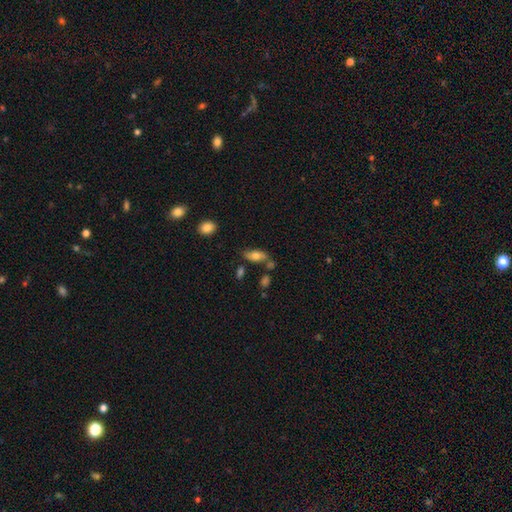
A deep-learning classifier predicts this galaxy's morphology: Q: Smooth or featured?
A: smooth (72%); runner-up: featured or disk (20%)
Q: How rounded?
A: in between (84%); runner-up: cigar-shaped (13%)
Q: Merging?
A: none (61%); runner-up: minor disturbance (18%)